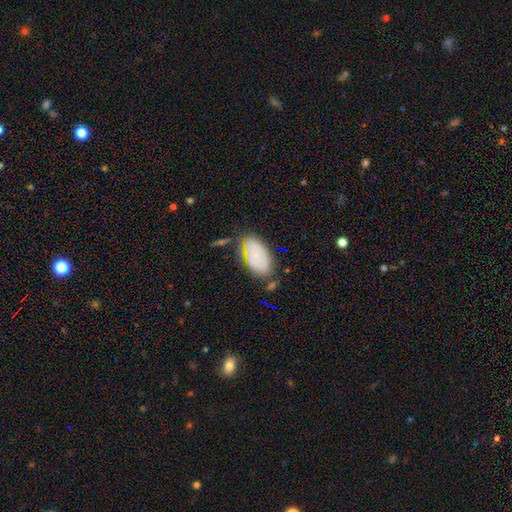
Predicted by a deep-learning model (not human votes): This appears to be a smooth galaxy with no disk features (59%) that is in between round and cigar-shaped (94%). Merging: none (62%).